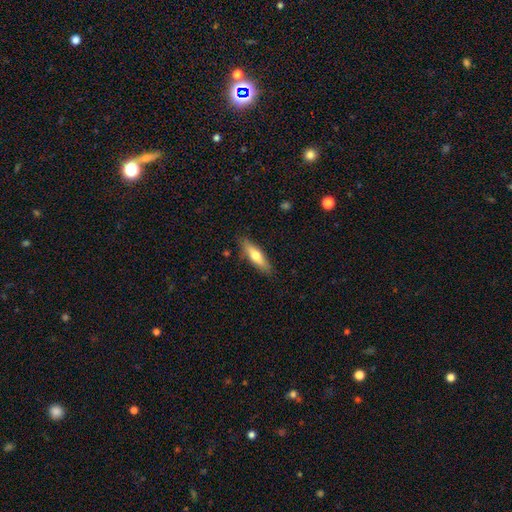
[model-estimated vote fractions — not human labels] A smooth galaxy with no disk features (59%) that is cigar-shaped (64%).

Vote fractions:
- Smooth or featured? smooth: 59% / featured or disk: 35% / star or artifact: 6%
- How rounded? cigar-shaped: 64% / in between: 34% / round: 2%
- Merging? none: 85% / minor disturbance: 11% / major disturbance: 2% / merger: 1%